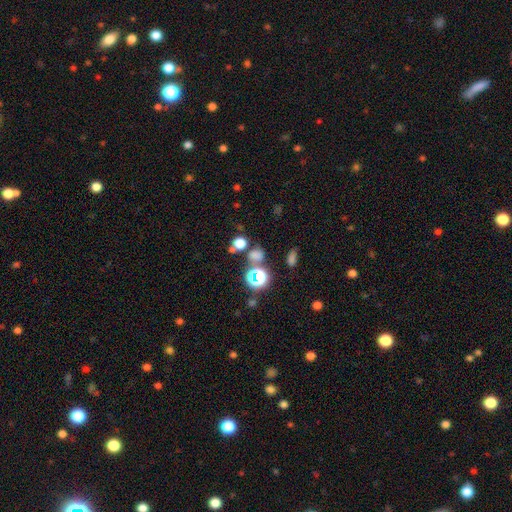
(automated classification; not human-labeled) smooth 60%, star or artifact 33%, featured or disk 8%. Down the decision tree: how rounded — round (76%); merging — none (64%).